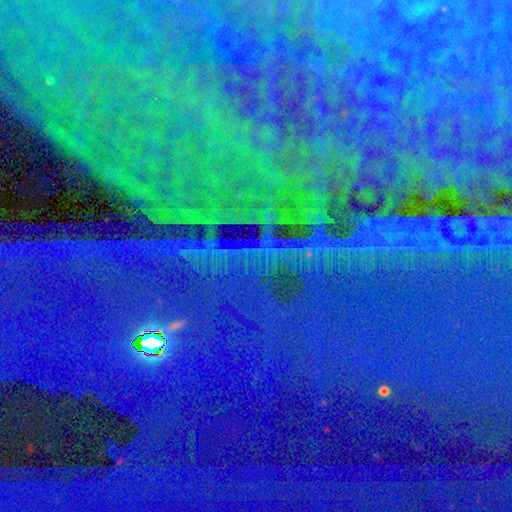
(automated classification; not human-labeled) This appears to be a star or artifact, not a galaxy (87%).